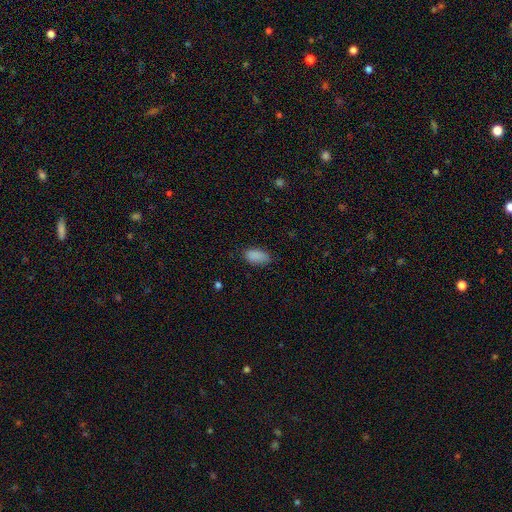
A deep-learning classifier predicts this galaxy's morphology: Overall: smooth (87%). How rounded: in between (93%). Merging: none (72%).